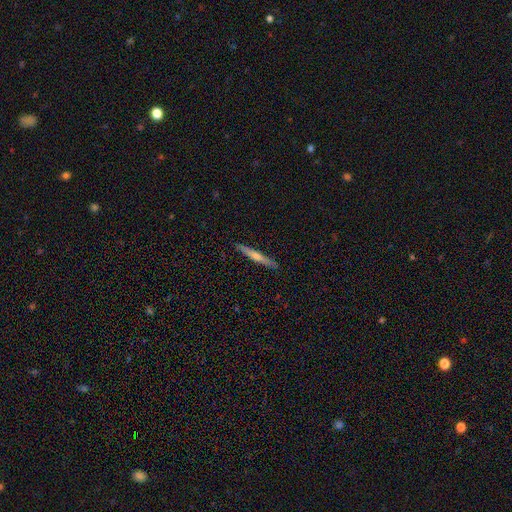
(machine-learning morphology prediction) Smooth or featured? Predicted: featured or disk (p=0.57). Edge-on disk? Predicted: yes (p=0.97). Edge-on bulge? Predicted: rounded (p=0.74). Merging? Predicted: none (p=0.91).